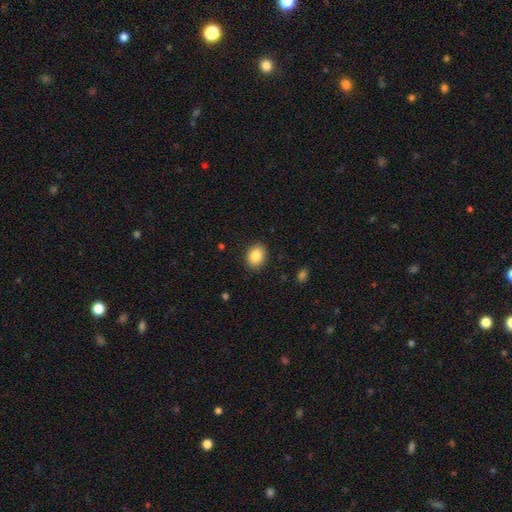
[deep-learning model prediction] Morphology: type=smooth (87%); roundness=in between (60%); merging=none (89%).